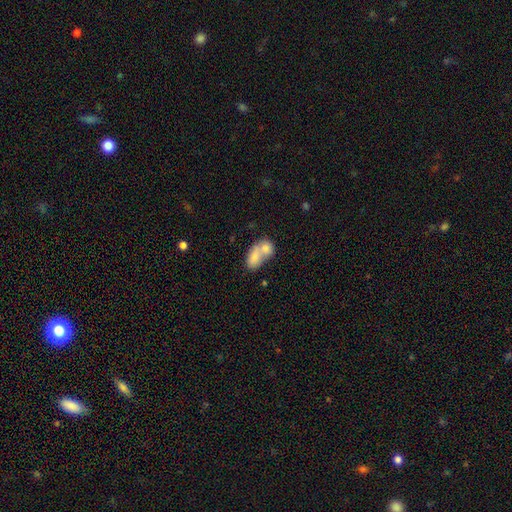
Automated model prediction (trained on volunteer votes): Smooth or featured? Predicted: smooth (p=0.75). How rounded? Predicted: in between (p=0.82). Merging? Predicted: merger (p=0.73).